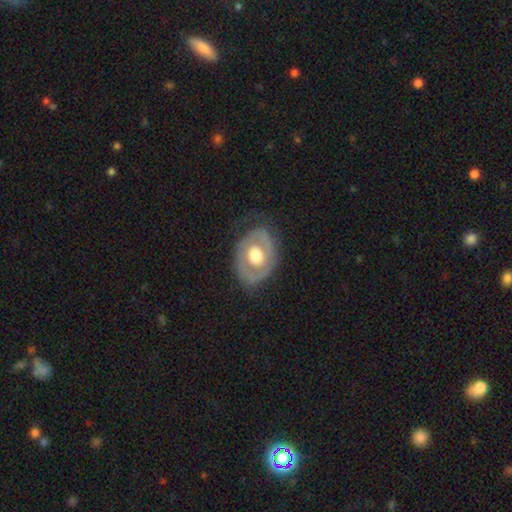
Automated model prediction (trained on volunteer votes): A featured or disk galaxy (59%) with no bar (84%), no spiral arms (70%) and a moderate central bulge (50%). Merging: none (69%).